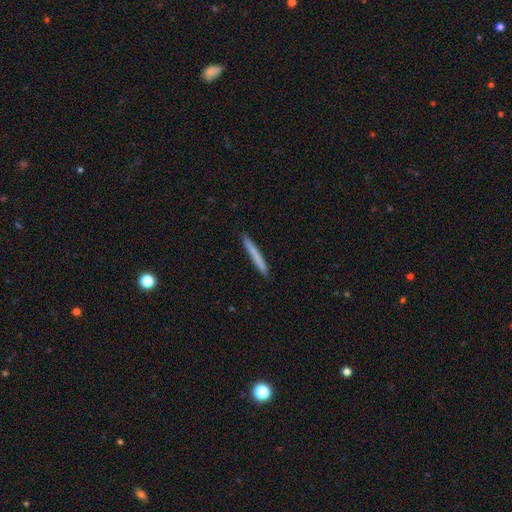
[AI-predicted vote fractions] Q: Smooth or featured?
A: smooth (71%); runner-up: featured or disk (23%)
Q: How rounded?
A: cigar-shaped (97%); runner-up: in between (2%)
Q: Merging?
A: none (92%); runner-up: minor disturbance (6%)